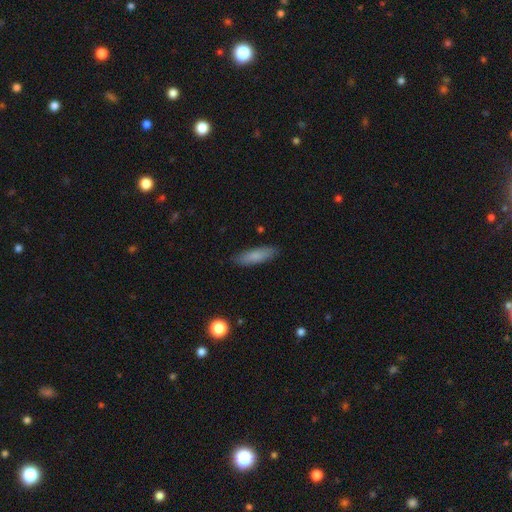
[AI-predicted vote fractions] This appears to be a smooth galaxy with no disk features (82%) that is cigar-shaped (62%). Merging: none (87%).